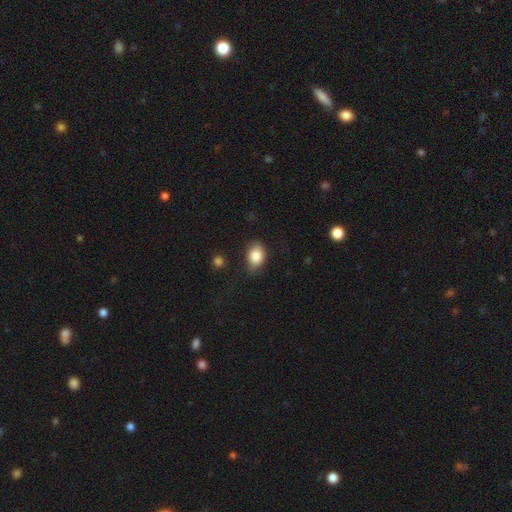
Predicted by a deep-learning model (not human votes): smooth_or_featured: smooth (p=0.85) [alt: star or artifact p=0.08]
how_rounded: in between (p=0.68) [alt: round p=0.31]
merging: none (p=0.74) [alt: minor disturbance p=0.19]